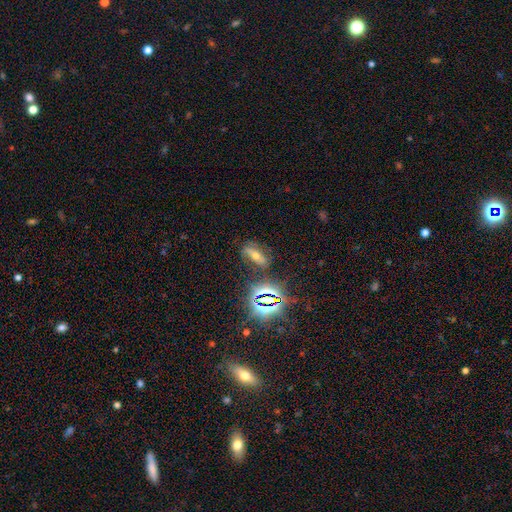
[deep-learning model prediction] smooth_or_featured: star or artifact (p=0.42) [alt: featured or disk p=0.35]